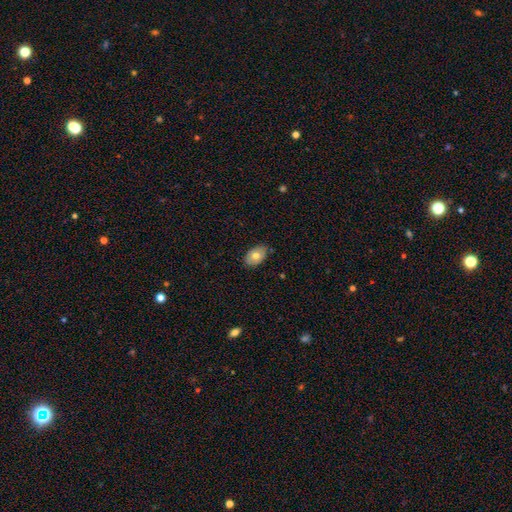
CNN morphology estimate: A smooth galaxy with no disk features (69%) that is in between round and cigar-shaped (88%). Merging: none (82%).